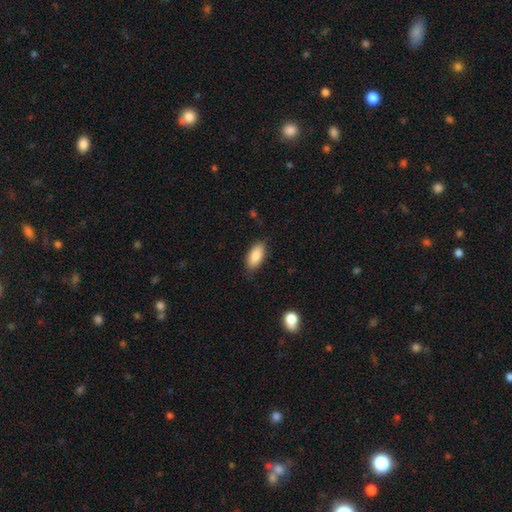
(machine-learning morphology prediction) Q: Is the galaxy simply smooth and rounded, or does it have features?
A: smooth — 86%.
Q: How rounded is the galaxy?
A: in between — 89%.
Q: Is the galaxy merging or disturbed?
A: none — 82%.